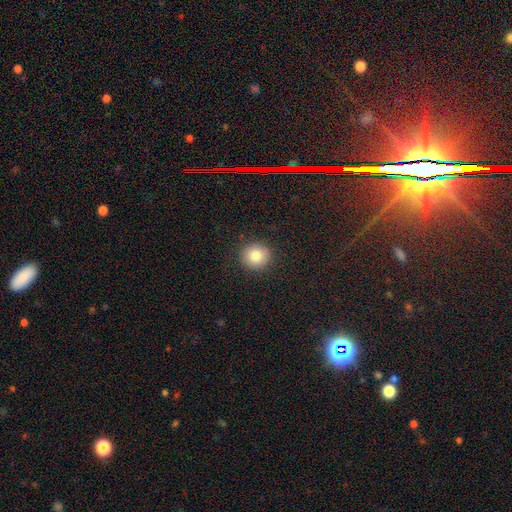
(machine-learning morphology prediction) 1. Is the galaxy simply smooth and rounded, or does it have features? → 82% smooth, 10% star or artifact, 9% featured or disk.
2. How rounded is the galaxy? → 90% round, 9% in between, 1% cigar-shaped.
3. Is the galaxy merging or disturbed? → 91% none, 6% minor disturbance, 2% major disturbance, 1% merger.